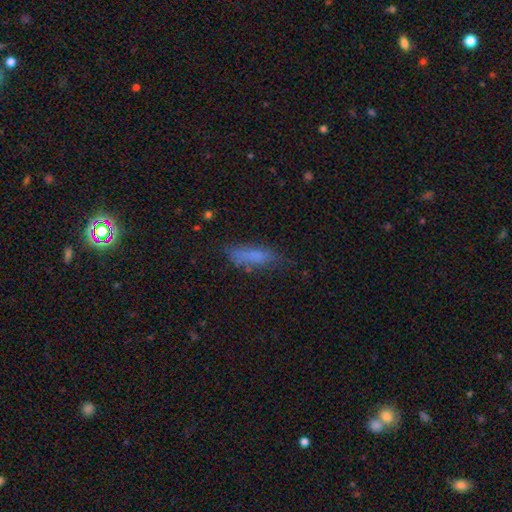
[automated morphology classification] Q: Smooth or featured?
A: smooth (72%); runner-up: featured or disk (15%)
Q: How rounded?
A: cigar-shaped (55%); runner-up: in between (43%)
Q: Merging?
A: none (62%); runner-up: minor disturbance (25%)